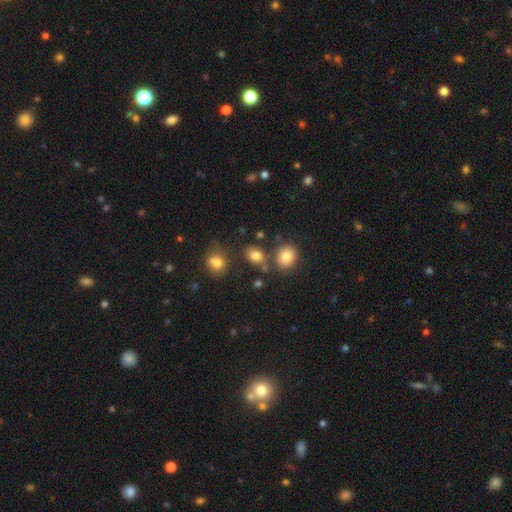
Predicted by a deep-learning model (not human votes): The model was most divided on "how rounded": in between: 65%, round: 33%, cigar-shaped: 2%. More confident: smooth or featured — smooth (80%); merging — none (70%).